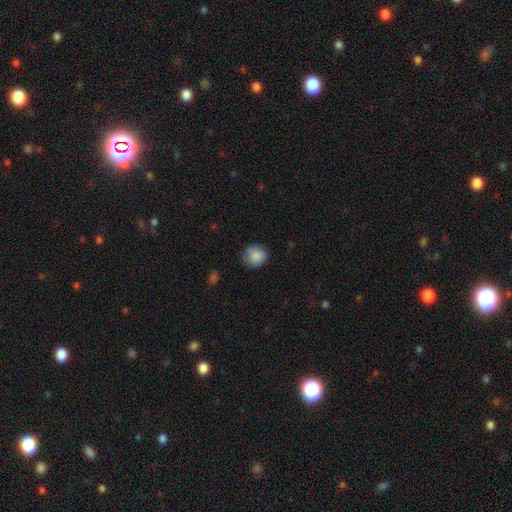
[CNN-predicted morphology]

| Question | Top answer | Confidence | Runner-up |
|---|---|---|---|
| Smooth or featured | smooth | 87% | star or artifact (8%) |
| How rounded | round | 83% | in between (16%) |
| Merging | none | 75% | minor disturbance (20%) |